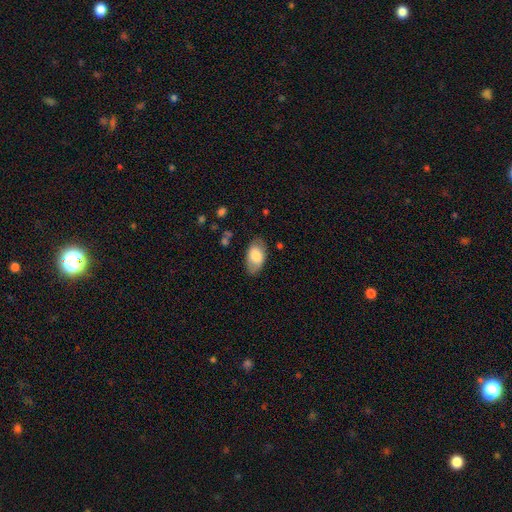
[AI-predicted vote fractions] This is likely a smooth galaxy (76%). How rounded: clearly in between (94%). Merging: likely none (77%).